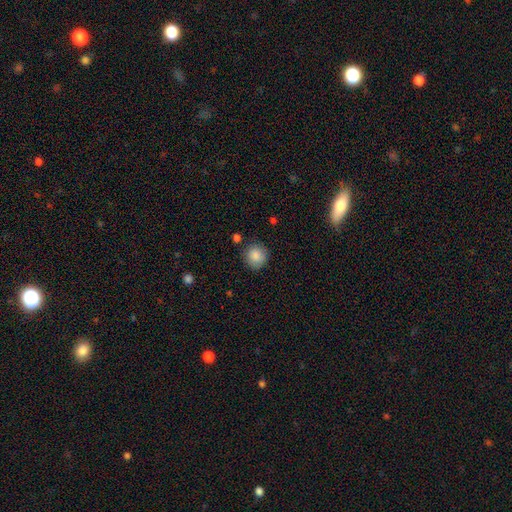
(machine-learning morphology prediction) Smooth or featured? smooth (86%)
How rounded? round (91%)
Merging? none (84%)